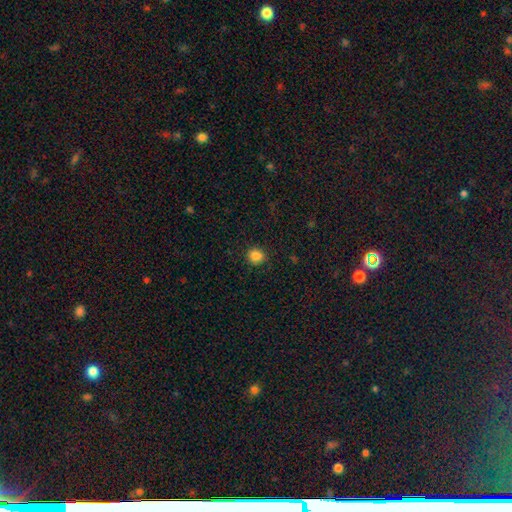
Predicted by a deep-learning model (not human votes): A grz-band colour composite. It shows a smooth galaxy with no disk features (85%) that is round (84%). Merging: none (88%).